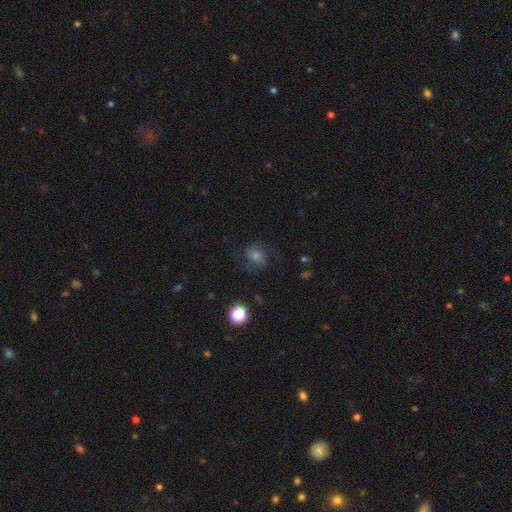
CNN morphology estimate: A featured or disk galaxy (55%) with no bar (59%), spiral arms (91%) and a moderate central bulge (51%).

Vote fractions:
- Smooth or featured? featured or disk: 55% / smooth: 25% / star or artifact: 19%
- Edge-on disk? no: 97% / yes: 3%
- Bar? no: 59% / weak: 34% / strong: 8%
- Spiral arms? yes: 91% / no: 9%
- Bulge size? moderate: 51% / small: 28% / large: 13% / none: 5% / dominant: 3%
- Merging? none: 76% / minor disturbance: 14% / major disturbance: 8% / merger: 1%